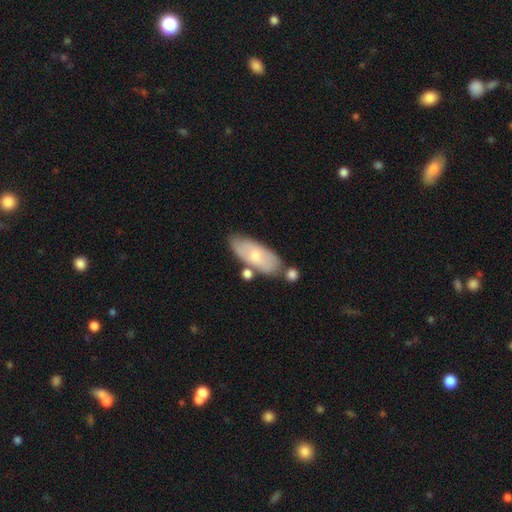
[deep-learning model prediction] A smooth galaxy with no disk features (60%) that is in between round and cigar-shaped (81%).

Vote fractions:
- Smooth or featured? smooth: 60% / featured or disk: 34% / star or artifact: 6%
- How rounded? in between: 81% / cigar-shaped: 16% / round: 2%
- Merging? none: 65% / minor disturbance: 18% / merger: 13% / major disturbance: 4%